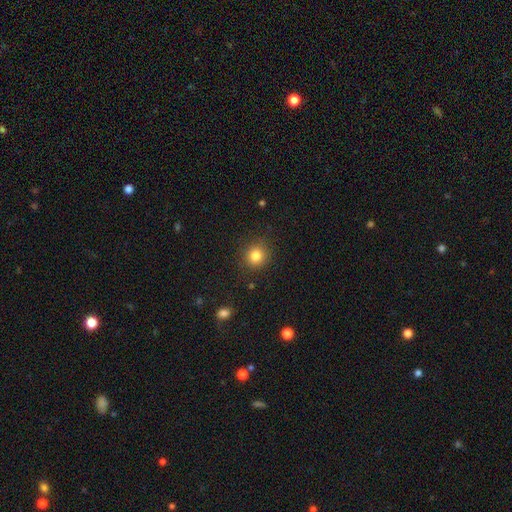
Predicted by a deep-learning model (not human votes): Morphology: type=smooth (82%); roundness=round (90%); merging=none (89%).